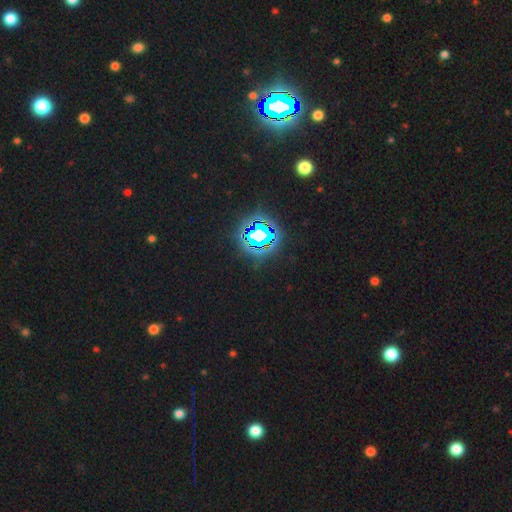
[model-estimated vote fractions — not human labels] smooth_or_featured: star or artifact (p=0.84) [alt: smooth p=0.10]